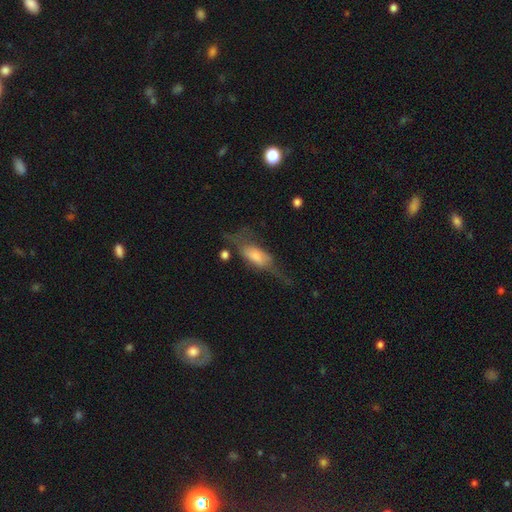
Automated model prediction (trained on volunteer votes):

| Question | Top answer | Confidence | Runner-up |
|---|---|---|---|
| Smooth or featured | featured or disk | 46% | smooth (45%) |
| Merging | none | 40% | major disturbance (32%) |